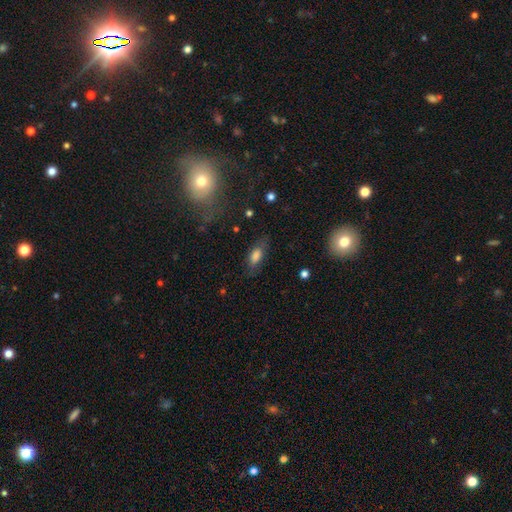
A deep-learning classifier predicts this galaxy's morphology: Q: Smooth or featured?
A: smooth (74%); runner-up: featured or disk (16%)
Q: How rounded?
A: in between (78%); runner-up: cigar-shaped (18%)
Q: Merging?
A: none (71%); runner-up: minor disturbance (19%)